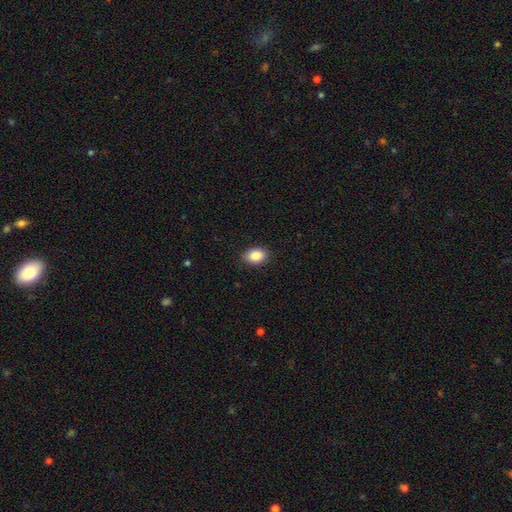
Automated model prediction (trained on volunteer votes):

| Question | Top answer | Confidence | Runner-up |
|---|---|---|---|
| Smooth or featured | smooth | 88% | star or artifact (8%) |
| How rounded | in between | 79% | round (20%) |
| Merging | none | 88% | minor disturbance (9%) |